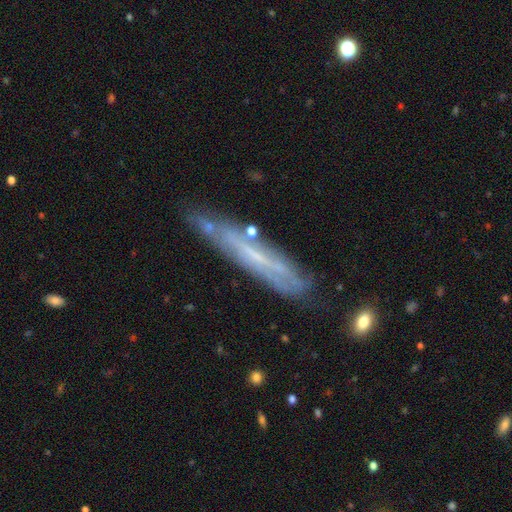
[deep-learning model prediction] Smooth or featured? featured or disk (63%)
Edge-on disk? yes (67%)
Merging? none (68%)